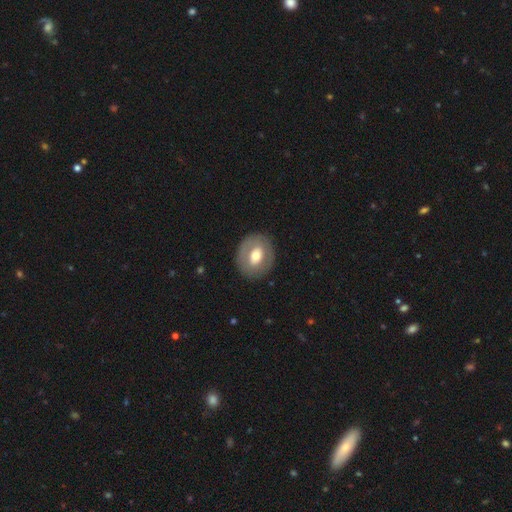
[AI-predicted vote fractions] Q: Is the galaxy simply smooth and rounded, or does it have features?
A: smooth — 51%.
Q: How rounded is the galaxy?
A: round — 54%.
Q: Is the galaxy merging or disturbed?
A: none — 85%.